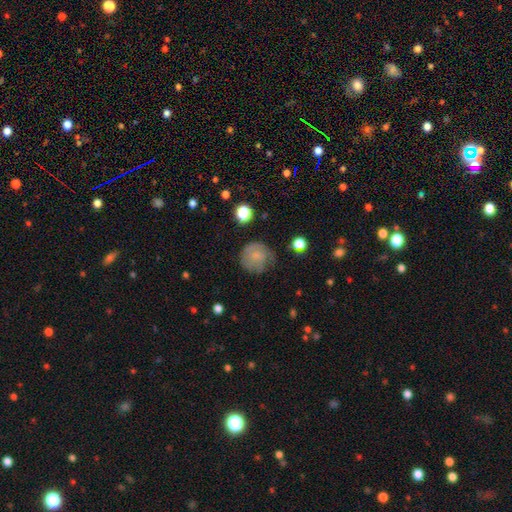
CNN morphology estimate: A smooth galaxy with no disk features (64%) that is round (88%). Merging: none (58%).